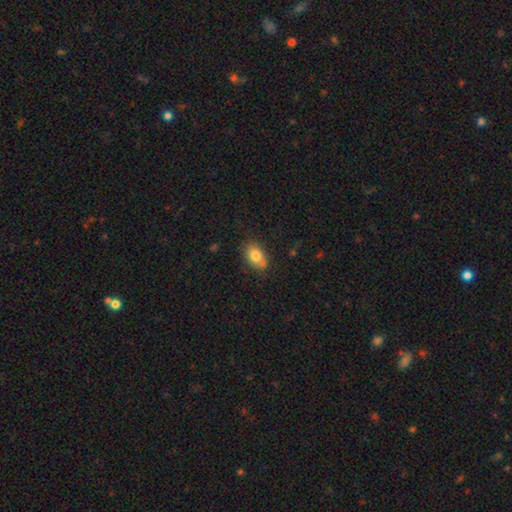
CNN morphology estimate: smooth-or-featured: smooth: 80% | featured or disk: 11% | star or artifact: 9%
  how-rounded: in between: 77% | round: 21% | cigar-shaped: 2%
  merging: none: 69% | minor disturbance: 19% | merger: 8% | major disturbance: 4%